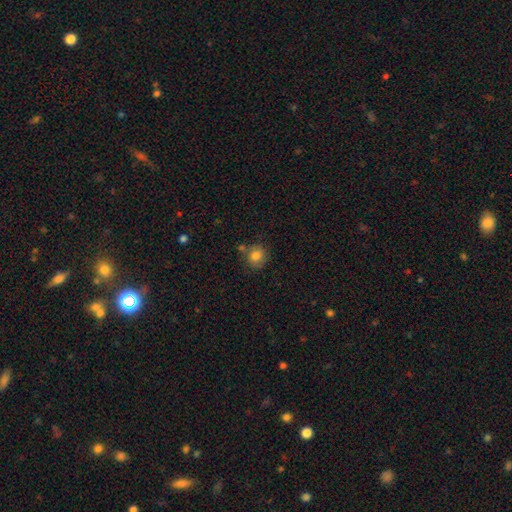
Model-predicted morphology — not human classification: smooth 80%, featured or disk 11%, star or artifact 10%. Down the decision tree: how rounded — round (83%); merging — none (68%).